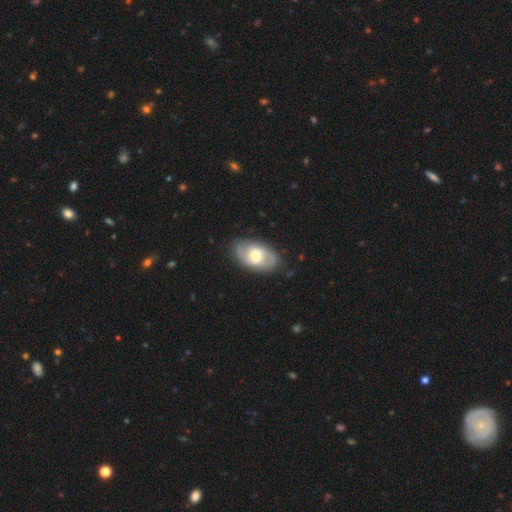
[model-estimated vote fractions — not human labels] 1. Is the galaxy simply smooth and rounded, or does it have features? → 58% featured or disk, 37% smooth, 6% star or artifact.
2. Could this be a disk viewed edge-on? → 94% no, 6% yes.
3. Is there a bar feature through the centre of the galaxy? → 47% no, 43% weak, 11% strong.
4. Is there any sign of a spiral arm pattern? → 73% yes, 27% no.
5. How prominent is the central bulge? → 66% moderate, 18% small, 13% large, 1% dominant, 1% none.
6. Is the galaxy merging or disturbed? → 81% none, 14% minor disturbance, 4% major disturbance, 1% merger.